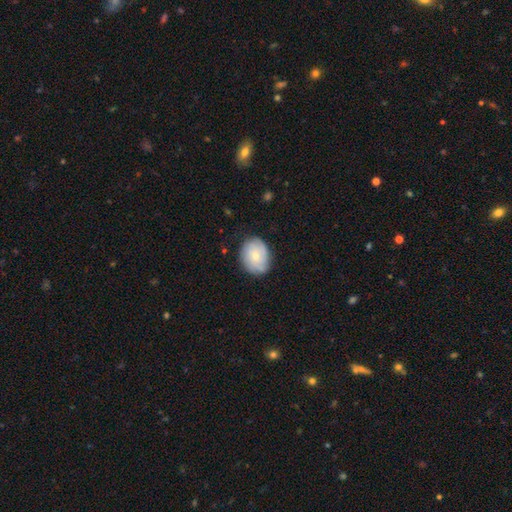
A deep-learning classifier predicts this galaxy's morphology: Overall: smooth (54%; featured or disk 38%). How rounded: round (50%; in between 49%). Merging: none (75%).